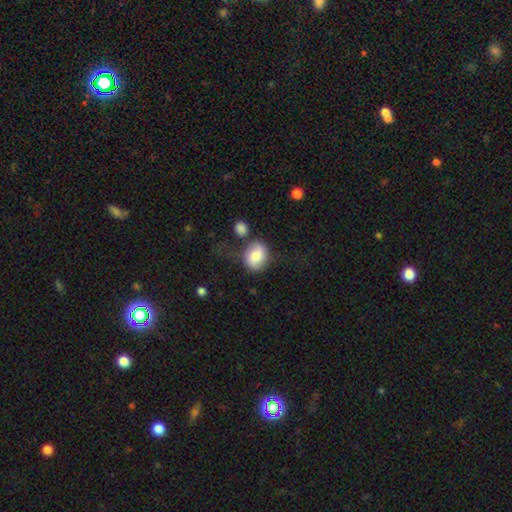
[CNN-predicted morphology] A smooth galaxy with no disk features (73%) that is round (52%).

Vote fractions:
- Smooth or featured? smooth: 73% / featured or disk: 20% / star or artifact: 7%
- How rounded? round: 52% / in between: 47% / cigar-shaped: 1%
- Merging? none: 59% / minor disturbance: 20% / major disturbance: 11% / merger: 10%